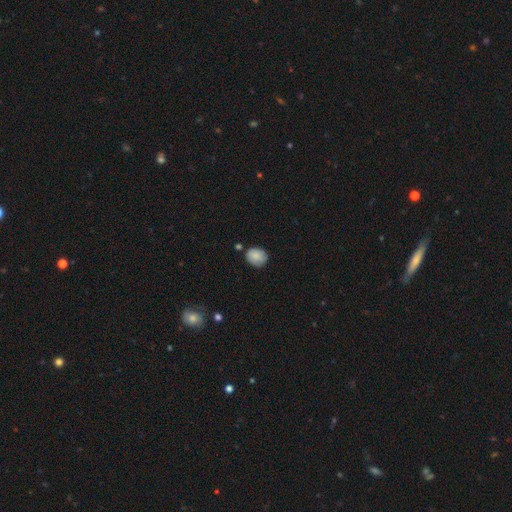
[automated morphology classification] Overall: smooth (81%). How rounded: round (58%; in between 41%). Merging: none (71%).